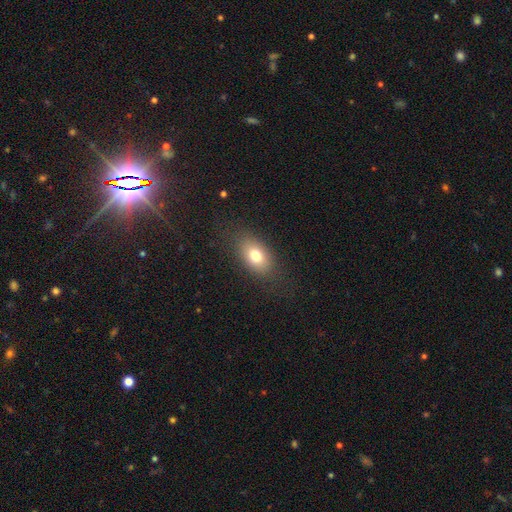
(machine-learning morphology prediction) A smooth galaxy with no disk features (76%) that is in between round and cigar-shaped (85%). Merging: none (80%).